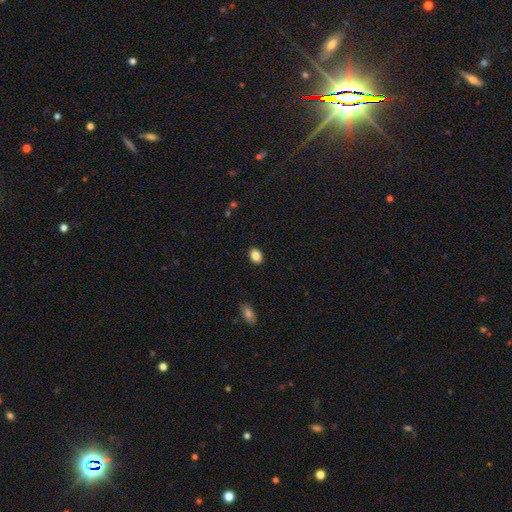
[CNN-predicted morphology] smooth 86%, star or artifact 9%, featured or disk 5%. Down the decision tree: how rounded — in between (68%); merging — none (90%).